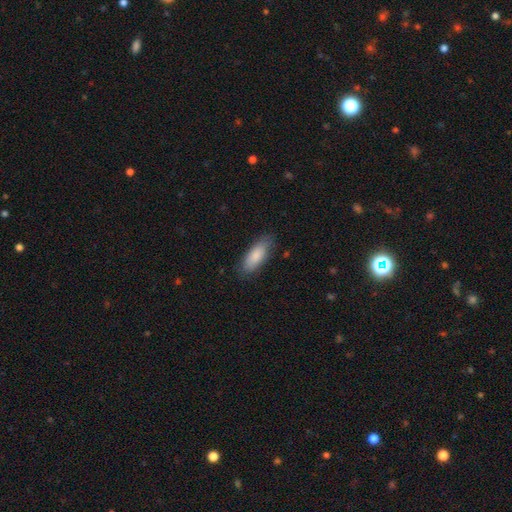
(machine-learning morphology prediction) Q: Smooth or featured?
A: smooth (84%); runner-up: featured or disk (10%)
Q: How rounded?
A: in between (74%); runner-up: cigar-shaped (24%)
Q: Merging?
A: none (78%); runner-up: minor disturbance (17%)